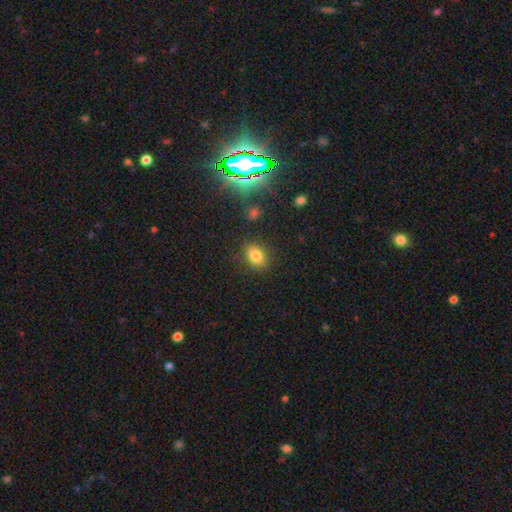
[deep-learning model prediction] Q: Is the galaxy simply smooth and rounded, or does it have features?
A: smooth — 78%.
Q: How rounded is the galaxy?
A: in between — 67%.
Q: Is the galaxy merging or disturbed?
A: none — 83%.